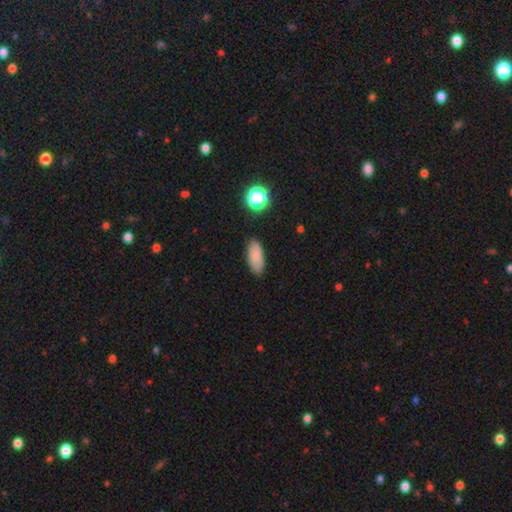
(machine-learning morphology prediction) Overall: smooth (83%). How rounded: in between (88%). Merging: none (84%).